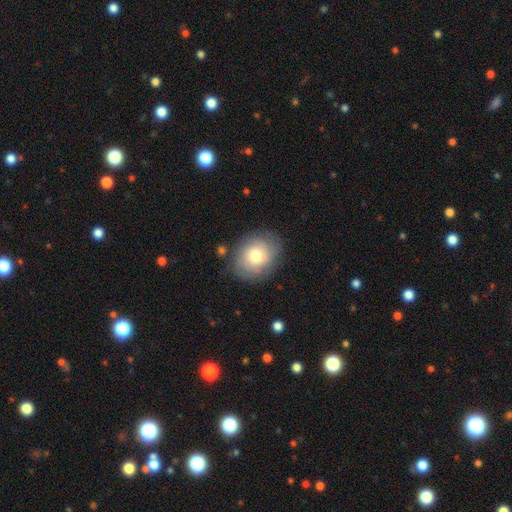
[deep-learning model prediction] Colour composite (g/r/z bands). It shows a smooth galaxy with no disk features (63%) that is round (52%). Merging: none (77%).